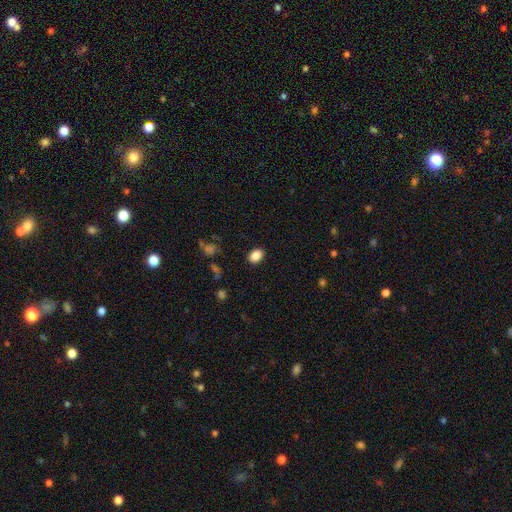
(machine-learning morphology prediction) smooth-or-featured: smooth: 88% | star or artifact: 9% | featured or disk: 3%
  how-rounded: in between: 78% | round: 21% | cigar-shaped: 1%
  merging: none: 88% | minor disturbance: 8% | major disturbance: 2% | merger: 1%